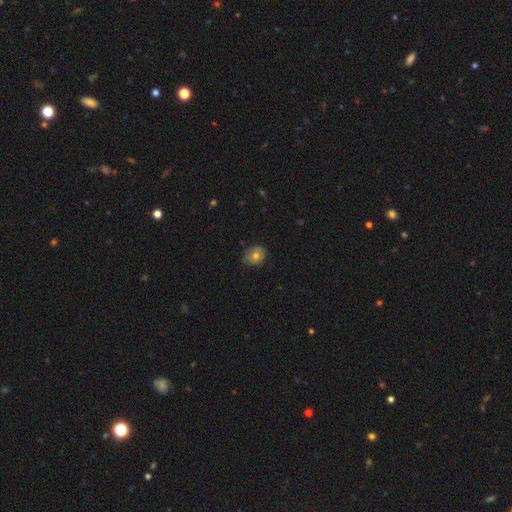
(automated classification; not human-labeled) smooth_or_featured: smooth (p=0.70) [alt: featured or disk p=0.21]
how_rounded: round (p=0.55) [alt: in between p=0.44]
merging: none (p=0.69) [alt: minor disturbance p=0.26]